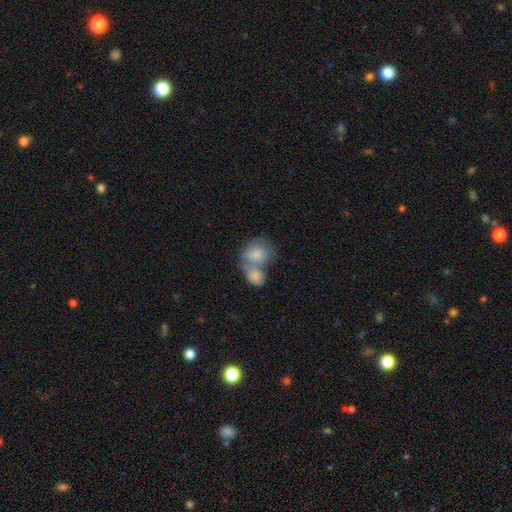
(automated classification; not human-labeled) Smooth or featured? Predicted: smooth (p=0.76). How rounded? Predicted: round (p=0.52). Merging? Predicted: merger (p=0.65).